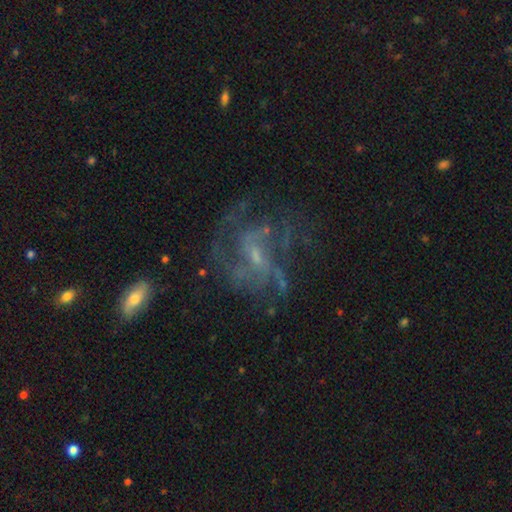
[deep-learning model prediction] Morphology: type=featured or disk (78%); edge-on=no (97%); bar=no (46%); spiral arms=yes (82%); winding=medium (46%); arm count=can't tell (35%); bulge=small (61%); merging=none (55%).